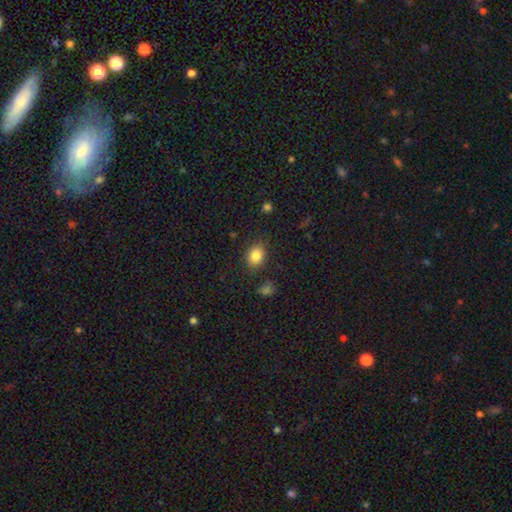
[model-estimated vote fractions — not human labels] smooth-or-featured: smooth: 84% | star or artifact: 10% | featured or disk: 6%
  how-rounded: in between: 58% | round: 41% | cigar-shaped: 1%
  merging: none: 82% | minor disturbance: 12% | major disturbance: 3% | merger: 2%